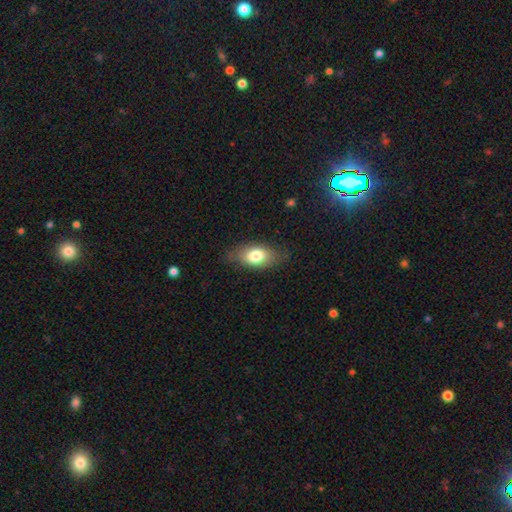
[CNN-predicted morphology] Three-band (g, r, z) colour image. It shows a smooth galaxy with no disk features (75%) that is in between round and cigar-shaped (87%). Merging: none (77%).